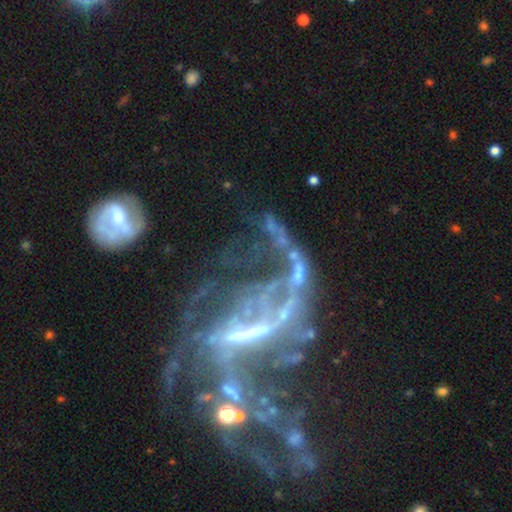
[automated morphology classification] featured or disk 79%, star or artifact 14%, smooth 7%. Down the decision tree: edge-on disk — no (95%); bar — strong (46%); spiral arms — yes (71%); spiral arm count — 2 (38%); spiral winding — loose (62%); bulge size — none (40%); merging — major disturbance (43%).